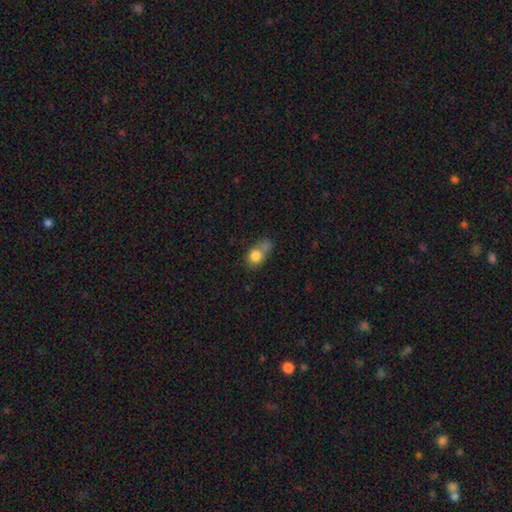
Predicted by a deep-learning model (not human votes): smooth-or-featured: smooth: 78% | featured or disk: 12% | star or artifact: 10%
  how-rounded: round: 51% | in between: 46% | cigar-shaped: 3%
  merging: merger: 34% | none: 30% | minor disturbance: 22% | major disturbance: 14%